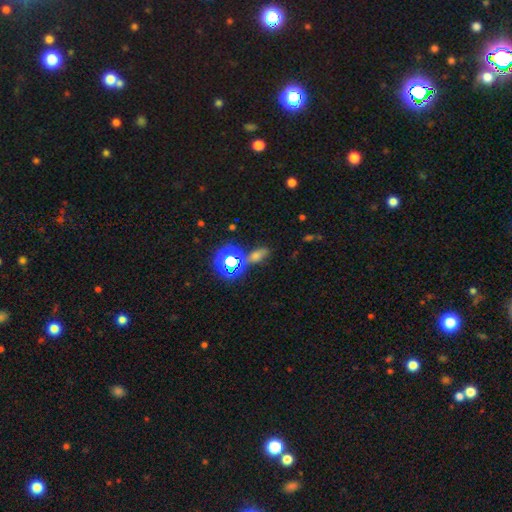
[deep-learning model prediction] smooth-or-featured: star or artifact: 44% | smooth: 43% | featured or disk: 13%